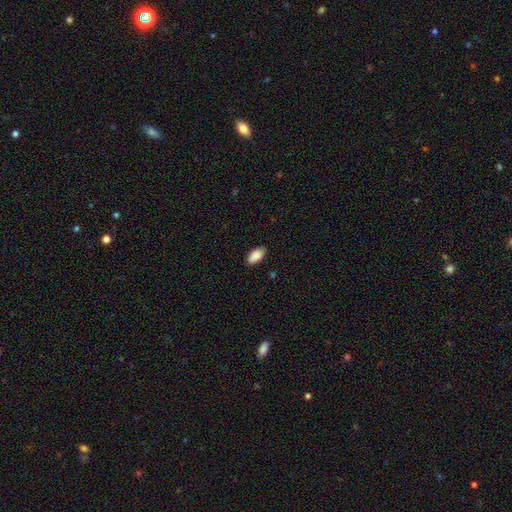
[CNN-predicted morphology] type=smooth (90%); roundness=in between (93%); merging=none (86%).